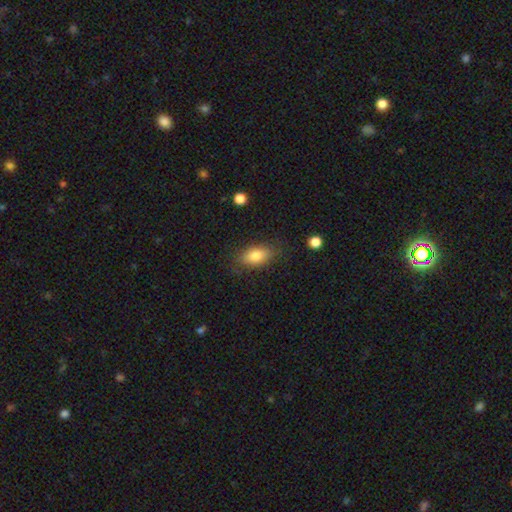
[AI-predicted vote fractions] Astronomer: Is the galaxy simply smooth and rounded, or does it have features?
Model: smooth — 79%.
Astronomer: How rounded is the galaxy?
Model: in between — 85%.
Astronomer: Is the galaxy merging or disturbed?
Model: none — 80%.